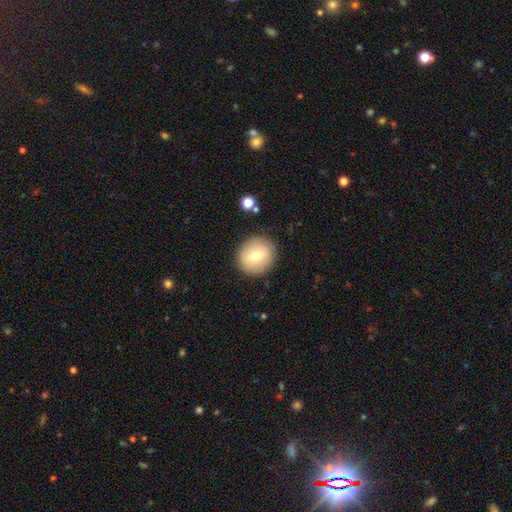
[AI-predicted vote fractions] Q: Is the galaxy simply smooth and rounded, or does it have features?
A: smooth — 70%.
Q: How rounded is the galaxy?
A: round — 90%.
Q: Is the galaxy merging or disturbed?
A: none — 88%.